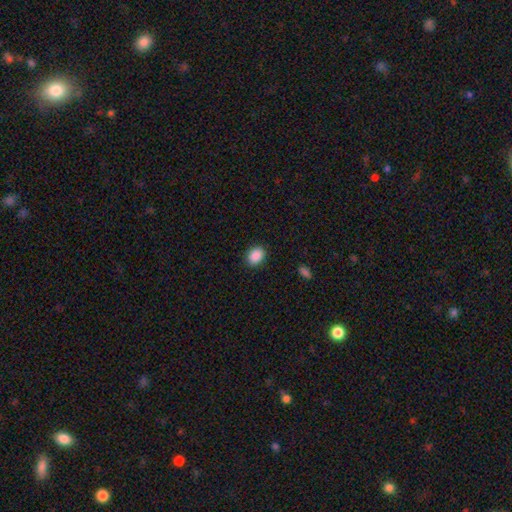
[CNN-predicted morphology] Smooth or featured: smooth — 89% (star or artifact — 8%)
How rounded: in between — 60% (round — 39%)
Merging: none — 88% (minor disturbance — 8%)